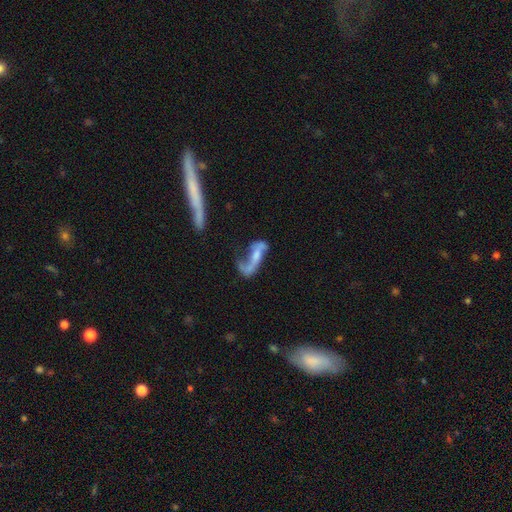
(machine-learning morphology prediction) This appears to be a featured or disk galaxy (74%) with no bar (45%), 2 (76%) loose (80%) spiral arms (81%) and a small central bulge (37%). Merging: none (35%).